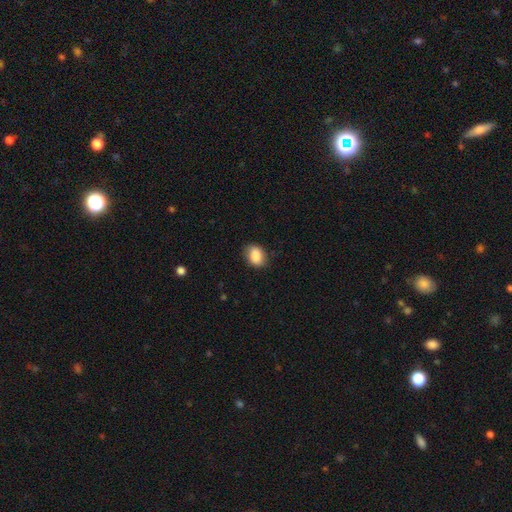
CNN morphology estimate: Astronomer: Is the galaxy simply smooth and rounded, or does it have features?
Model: smooth — 88%.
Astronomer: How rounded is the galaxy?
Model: in between — 72%.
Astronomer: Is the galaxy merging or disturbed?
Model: none — 80%.